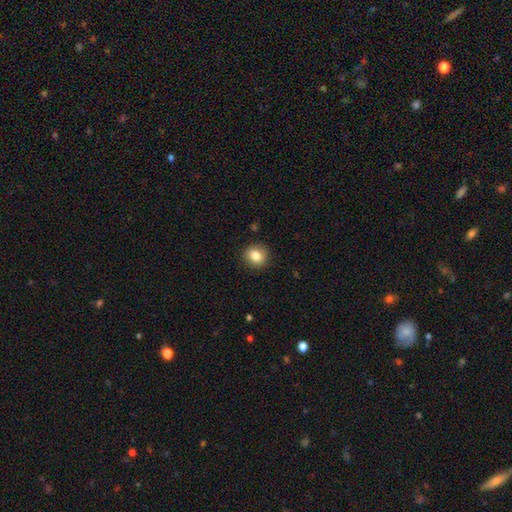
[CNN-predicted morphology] A smooth galaxy with no disk features (84%) that is round (79%).

Vote fractions:
- Smooth or featured? smooth: 84% / star or artifact: 9% / featured or disk: 7%
- How rounded? round: 79% / in between: 20% / cigar-shaped: 1%
- Merging? none: 89% / minor disturbance: 8% / major disturbance: 2% / merger: 1%